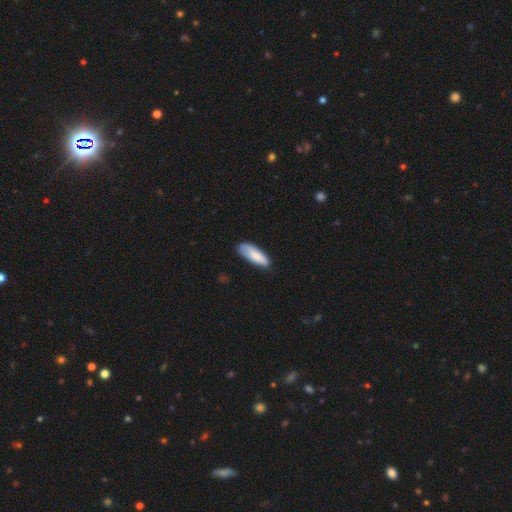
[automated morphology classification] The model was most divided on "how rounded": in between: 63%, cigar-shaped: 36%, round: 2%. More confident: smooth or featured — smooth (83%); merging — none (68%).